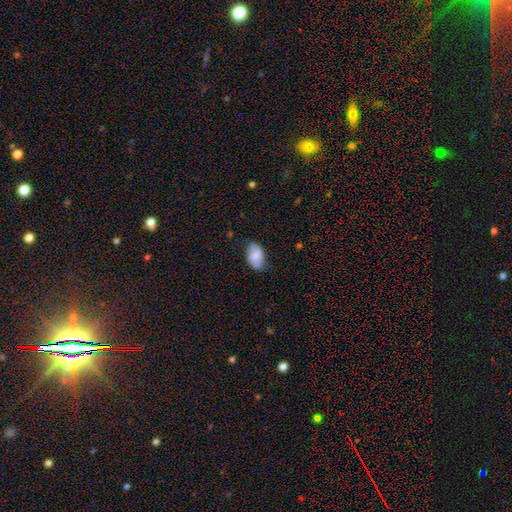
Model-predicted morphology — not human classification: Q: Smooth or featured?
A: smooth (58%); runner-up: featured or disk (34%)
Q: How rounded?
A: in between (90%); runner-up: round (8%)
Q: Merging?
A: none (66%); runner-up: minor disturbance (26%)